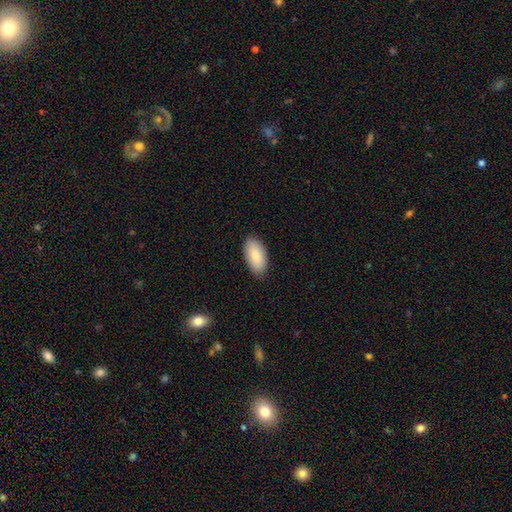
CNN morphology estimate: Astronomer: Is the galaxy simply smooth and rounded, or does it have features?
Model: smooth — 84%.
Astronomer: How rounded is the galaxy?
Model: in between — 94%.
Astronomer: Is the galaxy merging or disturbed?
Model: none — 88%.